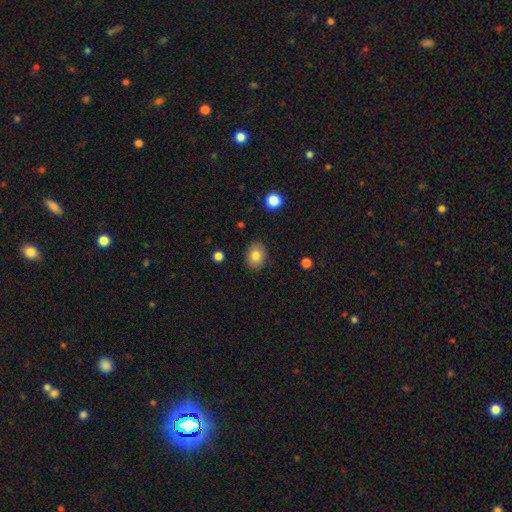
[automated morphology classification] smooth-or-featured: smooth: 81% | featured or disk: 10% | star or artifact: 9%
  how-rounded: in between: 56% | round: 44% | cigar-shaped: 1%
  merging: none: 86% | minor disturbance: 10% | major disturbance: 2% | merger: 1%